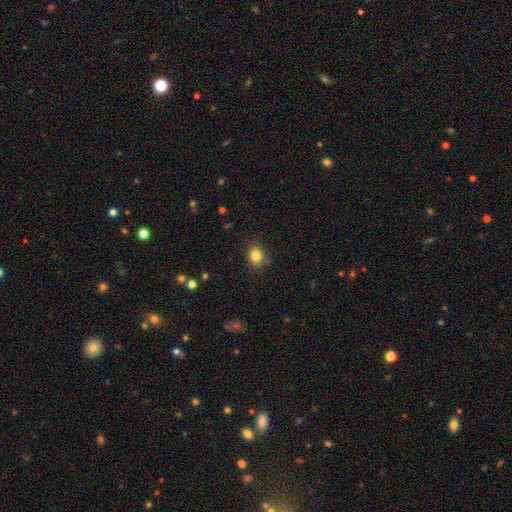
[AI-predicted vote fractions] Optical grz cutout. It shows a smooth galaxy with no disk features (83%) that is round (64%). Merging: none (81%).